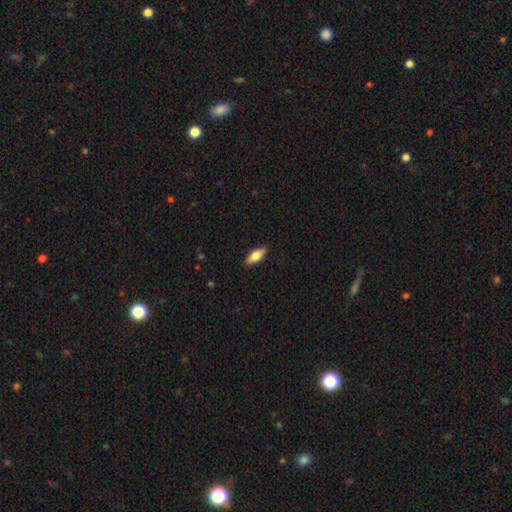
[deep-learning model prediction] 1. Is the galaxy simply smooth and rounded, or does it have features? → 69% smooth, 24% featured or disk, 6% star or artifact.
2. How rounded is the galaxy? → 73% in between, 25% cigar-shaped, 3% round.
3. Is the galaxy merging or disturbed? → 86% none, 10% minor disturbance, 2% major disturbance, 1% merger.